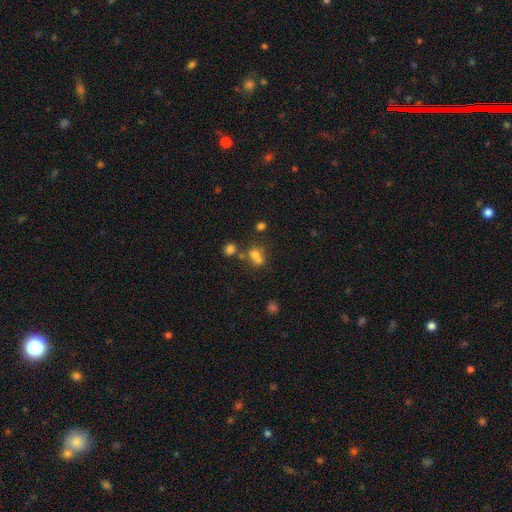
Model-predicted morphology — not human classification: smooth 65%, star or artifact 19%, featured or disk 16%. Down the decision tree: how rounded — round (67%); merging — merger (46%).